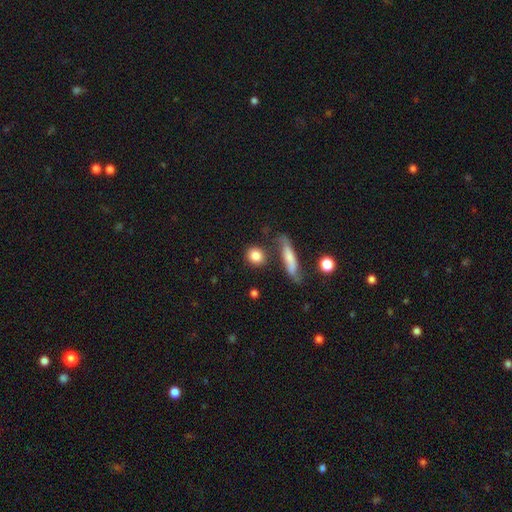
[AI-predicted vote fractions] Smooth or featured: smooth — 84% (featured or disk — 8%)
How rounded: round — 65% (in between — 27%)
Merging: none — 74% (minor disturbance — 13%)